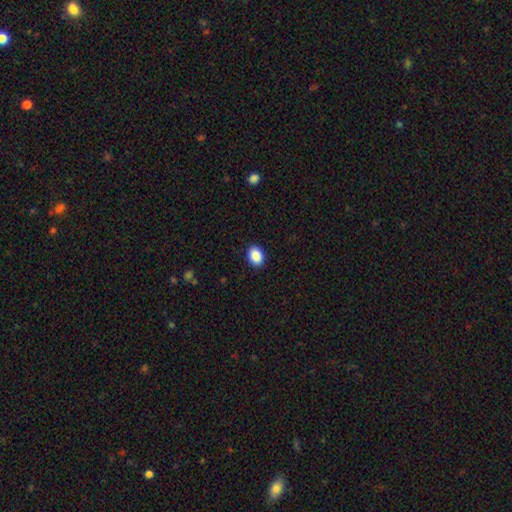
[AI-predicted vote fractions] smooth-or-featured: smooth: 90% | star or artifact: 8% | featured or disk: 3%
  how-rounded: in between: 70% | round: 29% | cigar-shaped: 1%
  merging: none: 90% | minor disturbance: 7% | major disturbance: 2% | merger: 1%